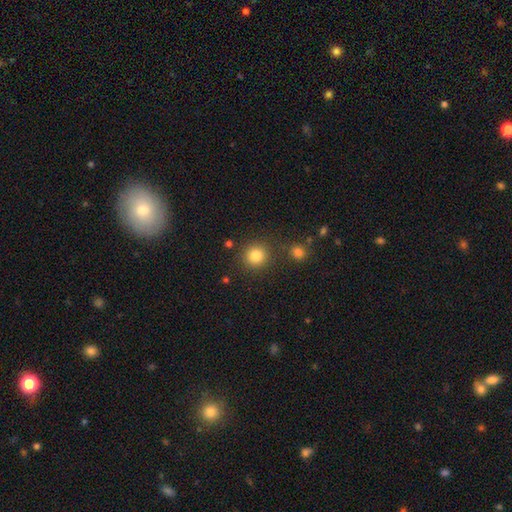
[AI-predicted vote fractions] A smooth galaxy with no disk features (83%) that is round (92%). Merging: none (84%).